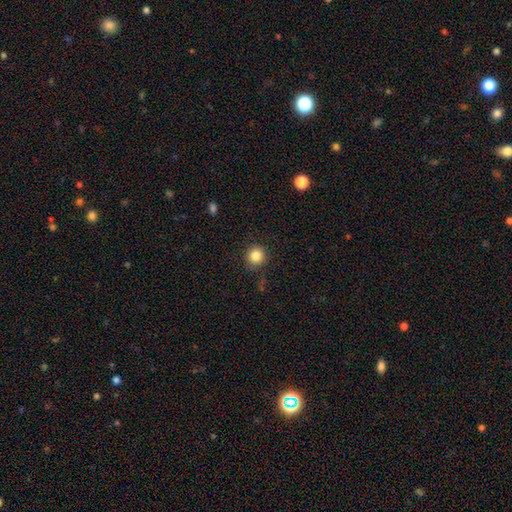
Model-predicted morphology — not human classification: smooth-or-featured: smooth: 85% | star or artifact: 11% | featured or disk: 5%
  how-rounded: round: 93% | in between: 6% | cigar-shaped: 1%
  merging: none: 89% | minor disturbance: 7% | major disturbance: 2% | merger: 1%